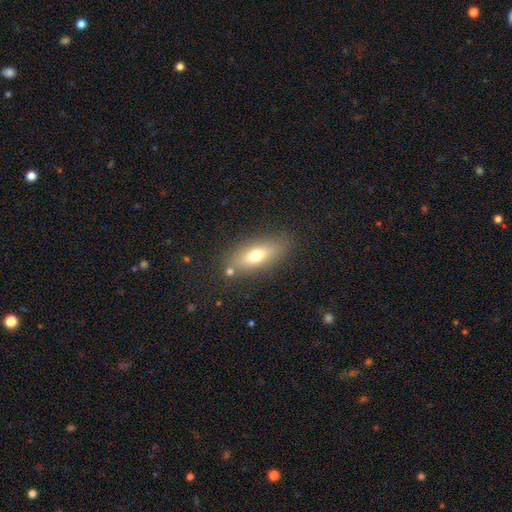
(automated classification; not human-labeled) smooth 68%, featured or disk 23%, star or artifact 9%. Down the decision tree: how rounded — in between (72%); merging — none (78%).